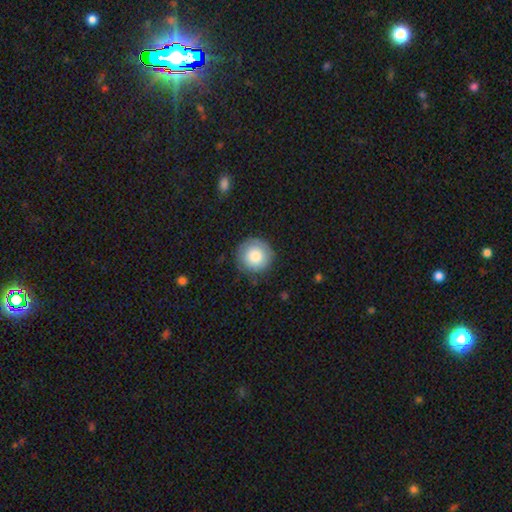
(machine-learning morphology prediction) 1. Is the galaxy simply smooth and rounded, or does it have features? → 82% smooth, 10% featured or disk, 7% star or artifact.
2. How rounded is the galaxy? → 95% round, 4% in between, 1% cigar-shaped.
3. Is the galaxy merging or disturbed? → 85% none, 11% minor disturbance, 3% major disturbance, 1% merger.